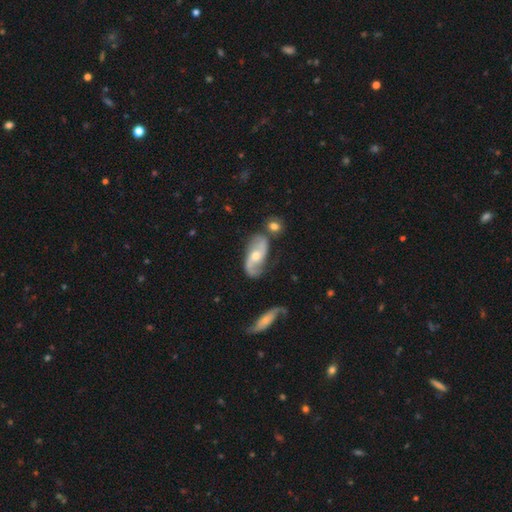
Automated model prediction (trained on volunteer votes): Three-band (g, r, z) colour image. It shows a featured or disk galaxy (79%) with no bar (58%), 2 (89%) loose (52%) spiral arms (93%) and a moderate central bulge (64%). Merging: none (64%).